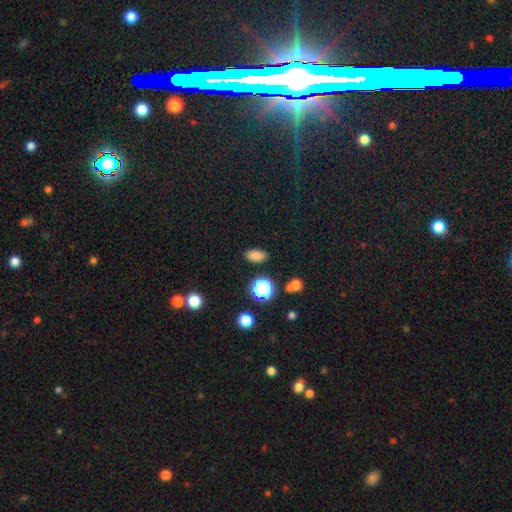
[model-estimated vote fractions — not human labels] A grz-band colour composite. It shows a smooth galaxy with no disk features (81%) that is in between round and cigar-shaped (86%). Merging: none (87%).